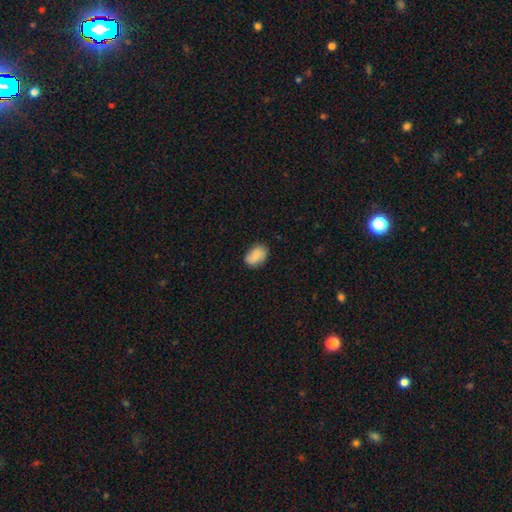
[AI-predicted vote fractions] Smooth or featured: smooth — 85% (star or artifact — 8%)
How rounded: in between — 85% (round — 14%)
Merging: none — 80% (minor disturbance — 16%)